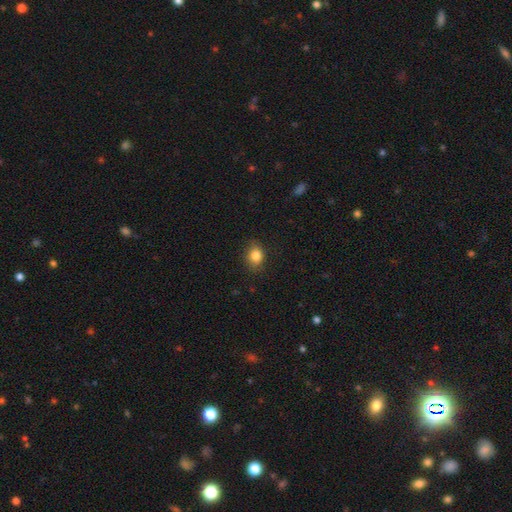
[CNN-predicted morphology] Smooth or featured? smooth (84%)
How rounded? in between (56%)
Merging? none (84%)